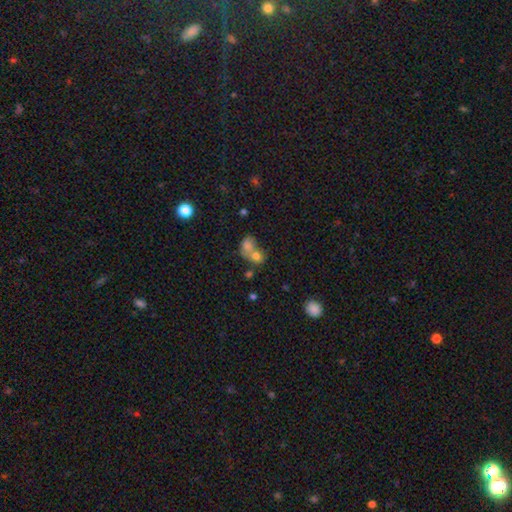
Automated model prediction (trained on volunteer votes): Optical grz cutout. It shows a smooth galaxy with no disk features (46%). Merging: none (42%).